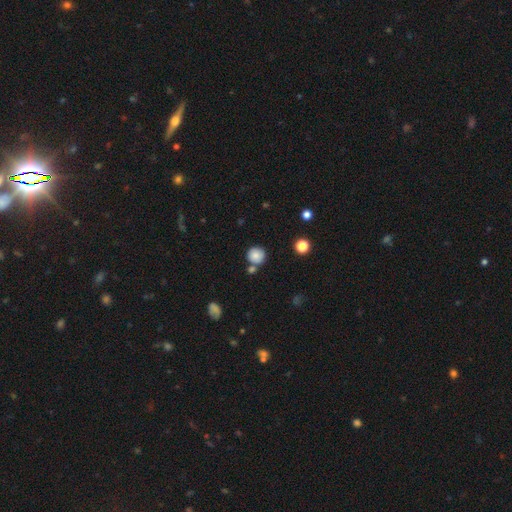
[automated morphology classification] Smooth or featured? Predicted: smooth (p=0.83). How rounded? Predicted: round (p=0.92). Merging? Predicted: none (p=0.74).